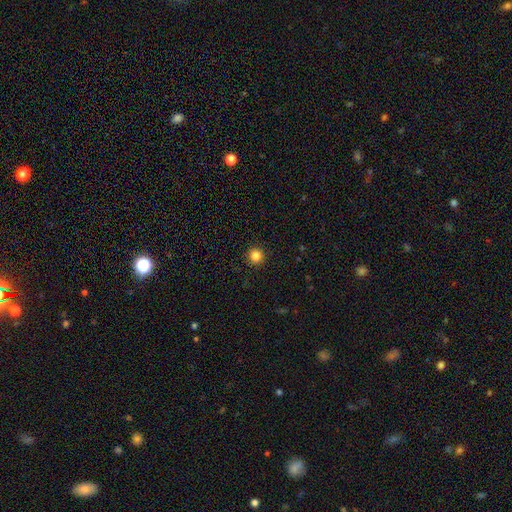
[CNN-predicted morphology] smooth 84%, star or artifact 12%, featured or disk 4%. Down the decision tree: how rounded — round (95%); merging — none (93%).